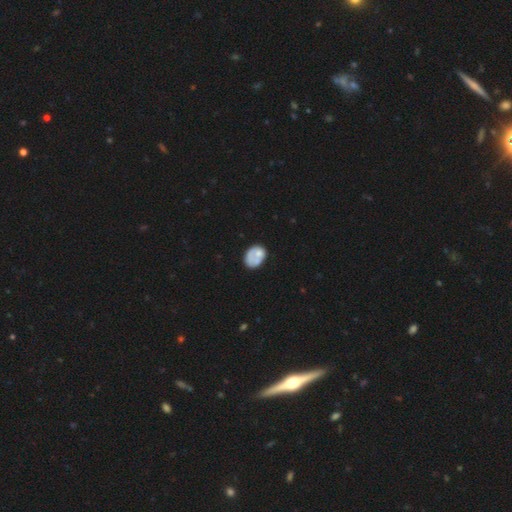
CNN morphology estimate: This is likely a smooth galaxy (60%). How rounded: likely in between (66%). Merging: marginally none (44%).